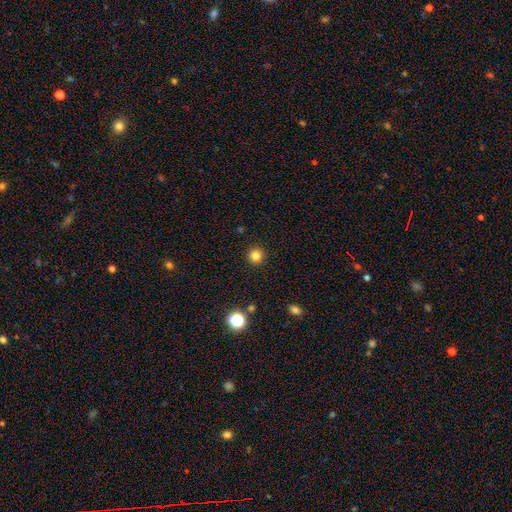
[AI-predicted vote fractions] A smooth galaxy with no disk features (82%) that is round (96%). Merging: none (93%).